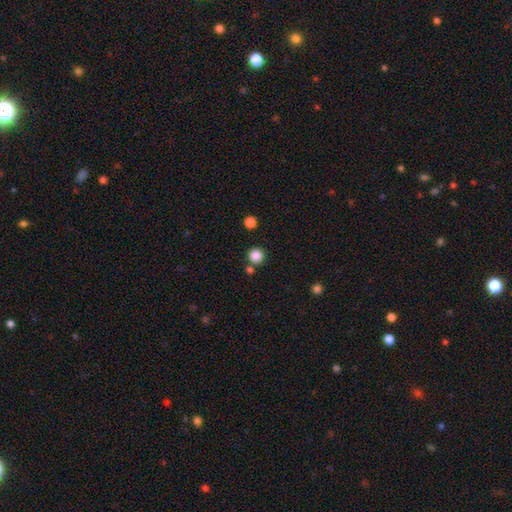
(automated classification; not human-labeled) smooth-or-featured: smooth: 85% | star or artifact: 12% | featured or disk: 3%
  how-rounded: round: 95% | in between: 4% | cigar-shaped: 1%
  merging: none: 81% | merger: 10% | minor disturbance: 7% | major disturbance: 2%